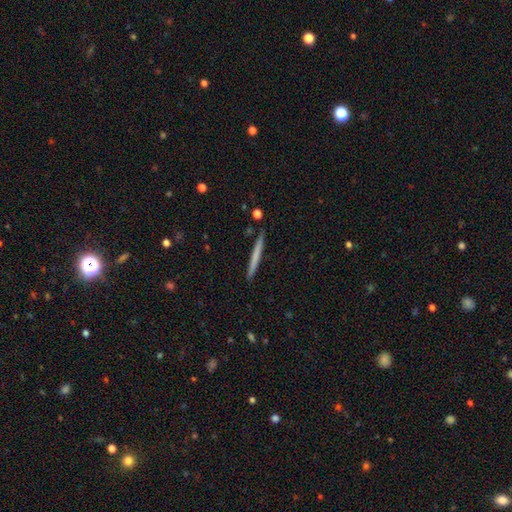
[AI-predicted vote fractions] Smooth or featured?
  - smooth: 62% *
  - featured or disk: 33%
  - star or artifact: 5%
How rounded?
  - cigar-shaped: 97% *
  - in between: 2%
  - round: 1%
Merging?
  - none: 91% *
  - minor disturbance: 6%
  - merger: 1%
  - major disturbance: 1%